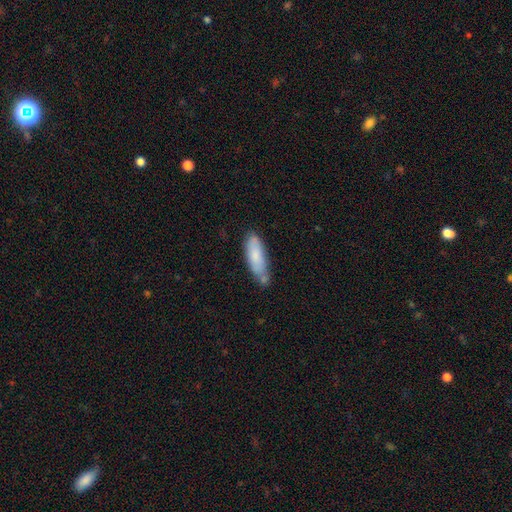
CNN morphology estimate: smooth-or-featured: smooth: 79% | featured or disk: 15% | star or artifact: 6%
  how-rounded: cigar-shaped: 49% (tied) | in between: 49% (tied) | round: 2%
  merging: none: 55% | minor disturbance: 26% | merger: 13% | major disturbance: 5%